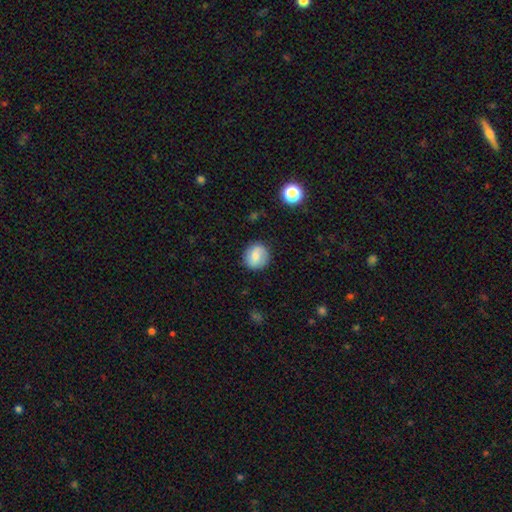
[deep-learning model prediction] Smooth or featured? smooth (69%)
How rounded? round (84%)
Merging? none (85%)